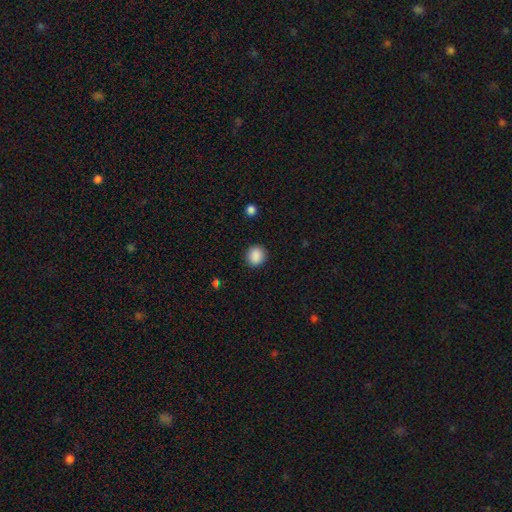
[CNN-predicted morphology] This appears to be a smooth galaxy with no disk features (89%) that is round (84%). Merging: none (90%).